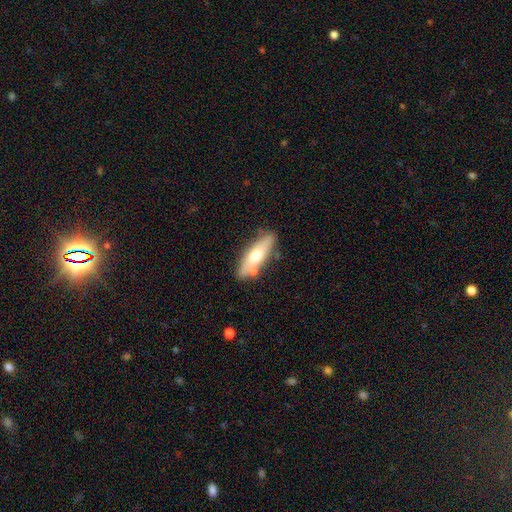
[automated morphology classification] Q: Smooth or featured?
A: smooth (57%); runner-up: featured or disk (37%)
Q: How rounded?
A: in between (49%); runner-up: cigar-shaped (48%)
Q: Merging?
A: none (71%); runner-up: minor disturbance (15%)